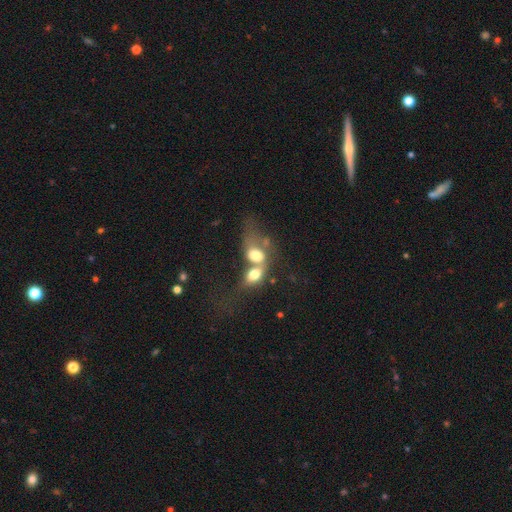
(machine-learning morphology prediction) Smooth or featured?
  - smooth: 67% *
  - featured or disk: 23%
  - star or artifact: 10%
How rounded?
  - in between: 69% *
  - round: 28%
  - cigar-shaped: 3%
Merging?
  - merger: 78% *
  - none: 9%
  - major disturbance: 8%
  - minor disturbance: 5%